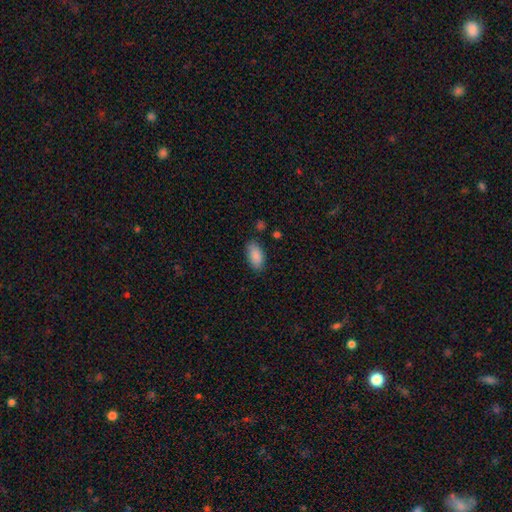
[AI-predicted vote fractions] Overall: smooth (88%). How rounded: in between (93%). Merging: none (80%).